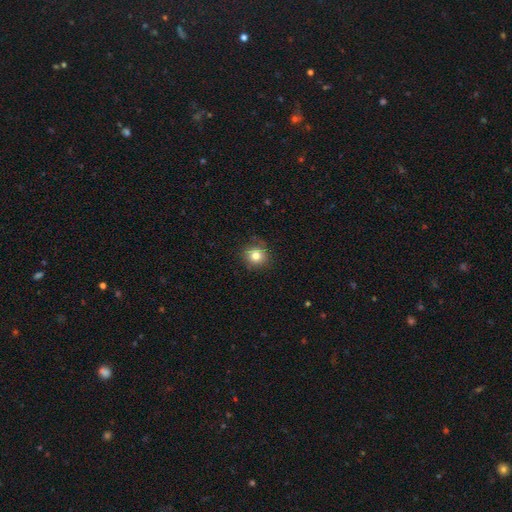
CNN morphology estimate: The model was most divided on "merging": none: 79%, minor disturbance: 16%, major disturbance: 4%, merger: 1%. More confident: how rounded — round (89%); smooth or featured — smooth (80%).